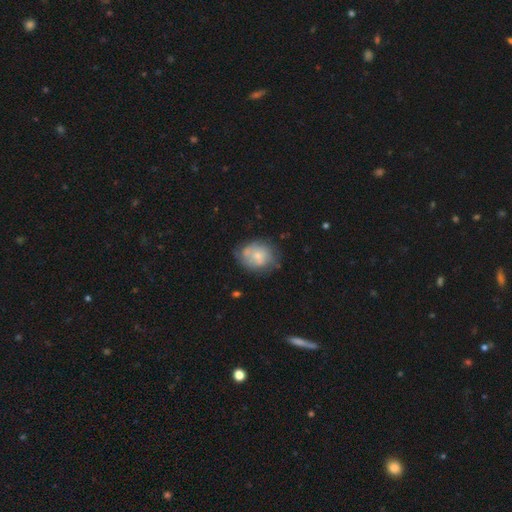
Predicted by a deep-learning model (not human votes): A smooth galaxy with no disk features (55%) that is round (59%). Merging: none (51%).